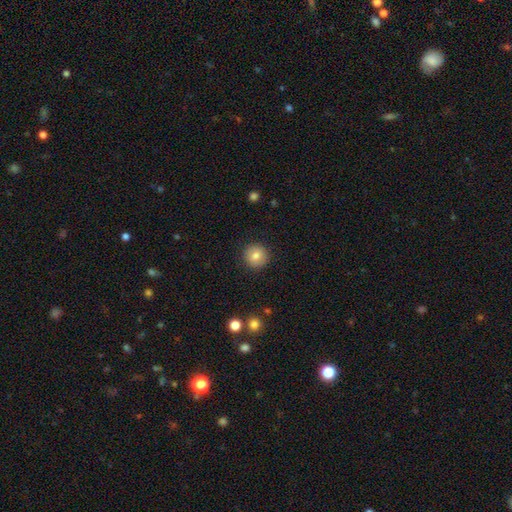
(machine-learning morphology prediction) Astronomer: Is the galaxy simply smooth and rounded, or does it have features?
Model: smooth — 80%.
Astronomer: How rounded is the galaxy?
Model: round — 94%.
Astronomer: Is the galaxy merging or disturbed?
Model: none — 91%.